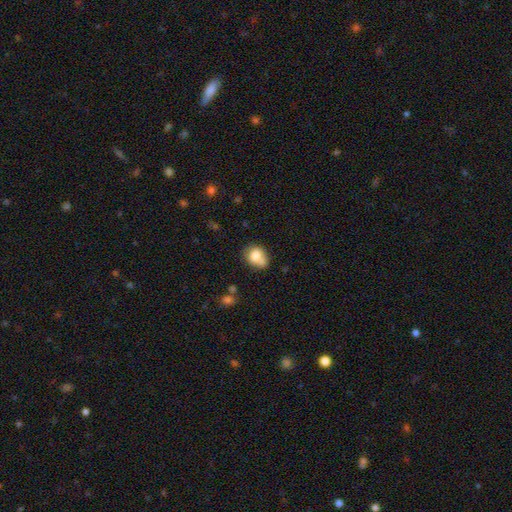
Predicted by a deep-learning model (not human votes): Overall: smooth (76%). How rounded: round (60%; in between 39%). Merging: none (42%; merger 32%).